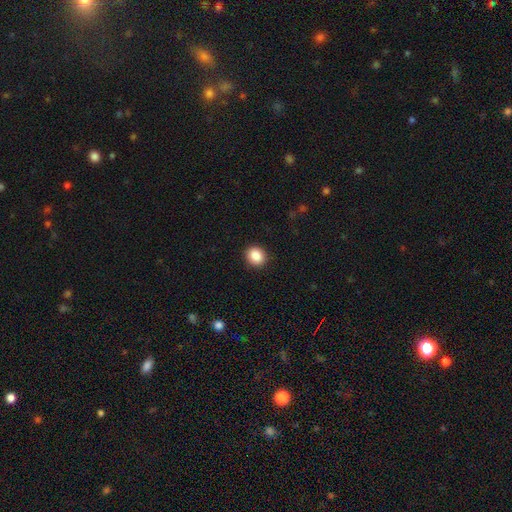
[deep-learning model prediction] Smooth or featured? Predicted: smooth (p=0.88). How rounded? Predicted: round (p=0.75). Merging? Predicted: none (p=0.91).